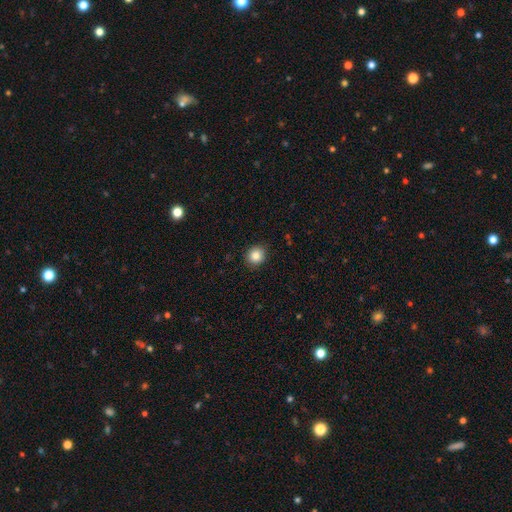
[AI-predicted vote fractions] Q: Smooth or featured?
A: smooth (85%); runner-up: star or artifact (10%)
Q: How rounded?
A: round (86%); runner-up: in between (13%)
Q: Merging?
A: none (90%); runner-up: minor disturbance (7%)